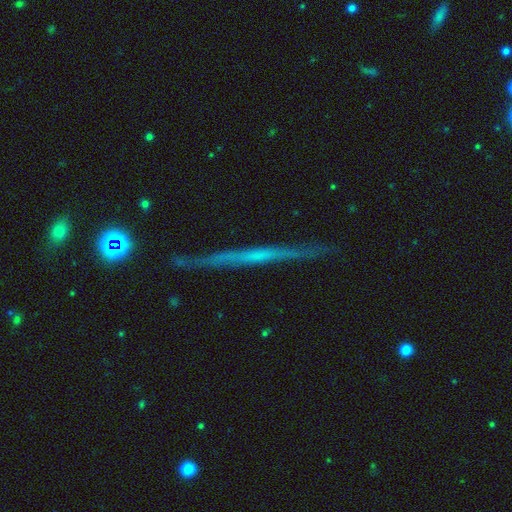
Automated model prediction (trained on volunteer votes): Smooth or featured? Predicted: featured or disk (p=0.66). Edge-on disk? Predicted: yes (p=0.97). Edge-on bulge? Predicted: none (p=0.84). Merging? Predicted: none (p=0.89).